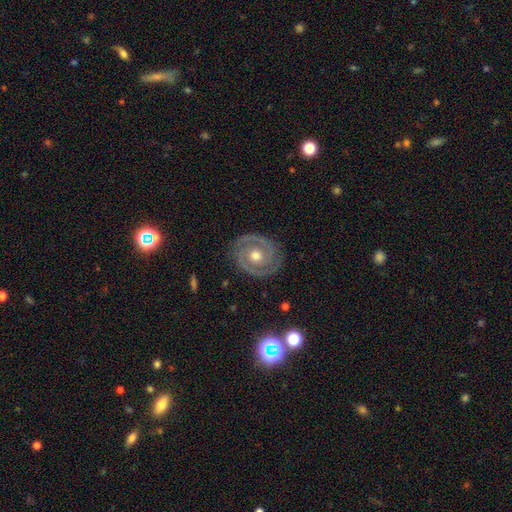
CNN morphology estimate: type=featured or disk (89%); edge-on=no (98%); bar=no (66%); spiral arms=yes (96%); winding=tight (71%); arm count=2 (90%); bulge=moderate (74%); merging=none (87%).